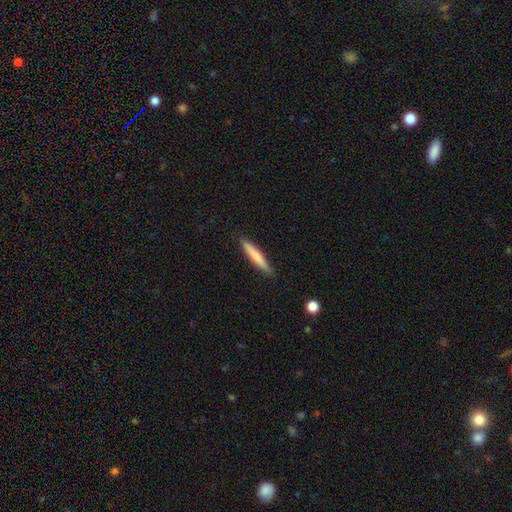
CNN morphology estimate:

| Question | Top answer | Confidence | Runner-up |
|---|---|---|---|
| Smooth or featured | smooth | 70% | featured or disk (24%) |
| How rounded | cigar-shaped | 94% | in between (4%) |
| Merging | none | 89% | minor disturbance (8%) |